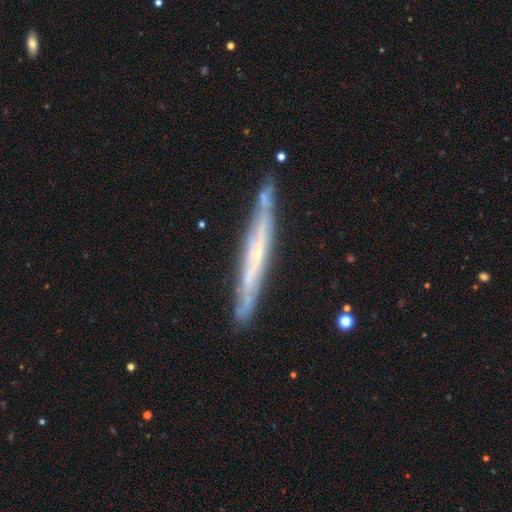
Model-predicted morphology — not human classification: Q: Smooth or featured?
A: featured or disk (72%); runner-up: smooth (22%)
Q: Edge-on disk?
A: yes (87%); runner-up: no (13%)
Q: Edge-on bulge?
A: none (65%); runner-up: rounded (29%)
Q: Merging?
A: none (79%); runner-up: minor disturbance (15%)